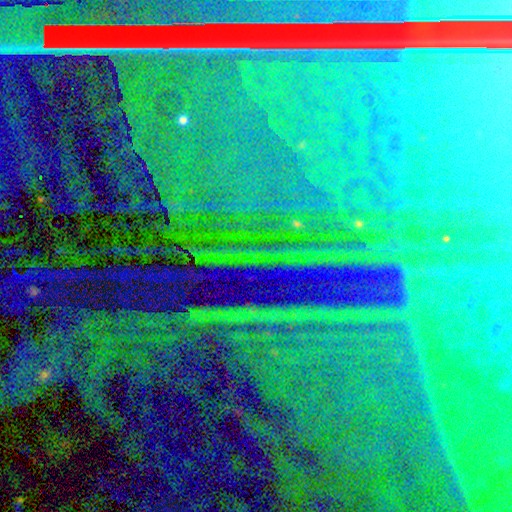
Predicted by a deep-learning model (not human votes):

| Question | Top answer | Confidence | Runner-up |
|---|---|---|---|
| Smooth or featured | star or artifact | 89% | featured or disk (7%) |